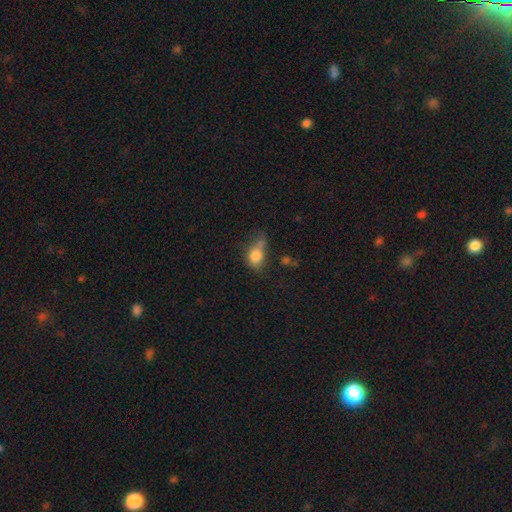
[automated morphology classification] smooth_or_featured: smooth (p=0.78) [alt: featured or disk p=0.11]
how_rounded: in between (p=0.59) [alt: round p=0.39]
merging: none (p=0.32) [alt: minor disturbance p=0.30]